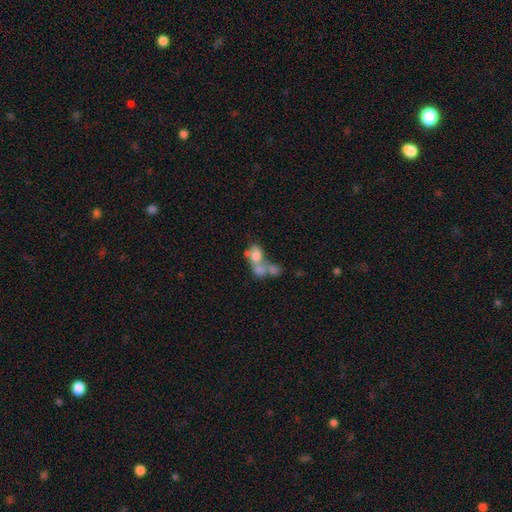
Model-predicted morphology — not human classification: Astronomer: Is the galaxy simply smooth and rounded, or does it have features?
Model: smooth — 64%.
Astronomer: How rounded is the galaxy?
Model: in between — 63%.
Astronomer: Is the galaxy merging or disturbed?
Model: merger — 71%.